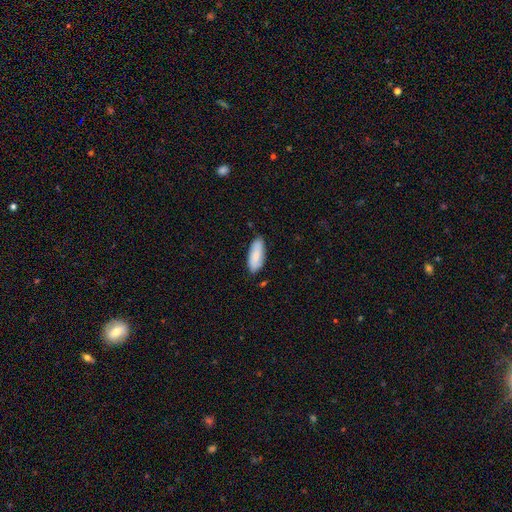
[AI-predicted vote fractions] Morphology: type=smooth (84%); roundness=in between (78%); merging=none (81%).